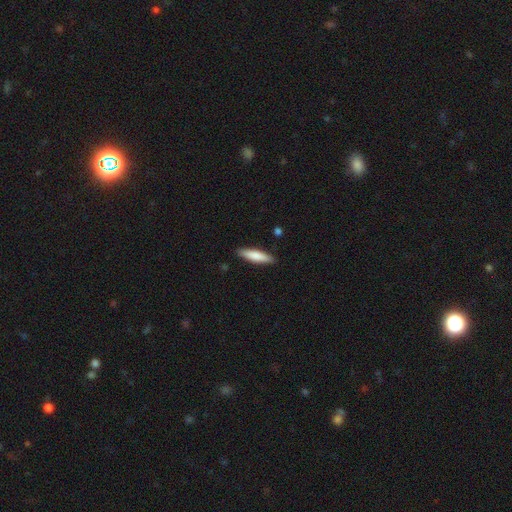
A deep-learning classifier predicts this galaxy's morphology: A smooth galaxy with no disk features (75%) that is cigar-shaped (76%). Merging: none (89%).